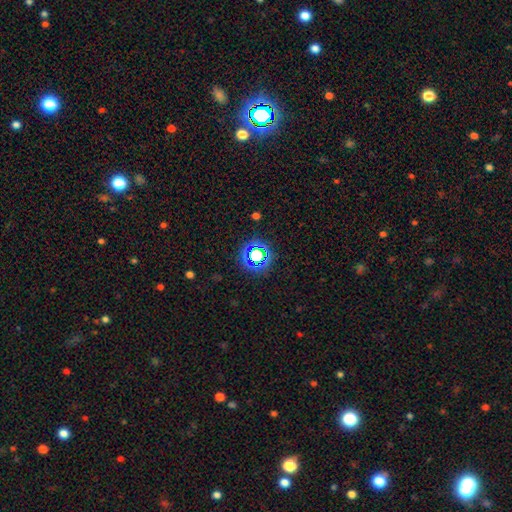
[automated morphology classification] This appears to be a star or artifact, not a galaxy (62%).